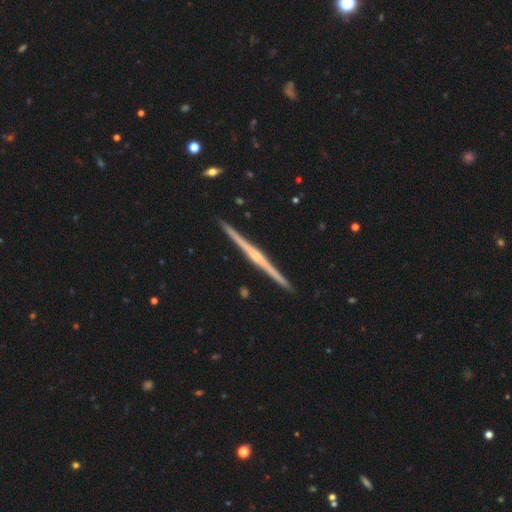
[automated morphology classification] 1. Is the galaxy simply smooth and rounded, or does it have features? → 86% featured or disk, 10% smooth, 4% star or artifact.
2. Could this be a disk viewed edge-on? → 99% yes, 1% no.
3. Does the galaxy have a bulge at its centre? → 66% rounded, 21% none, 13% boxy.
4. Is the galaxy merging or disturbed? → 93% none, 4% minor disturbance, 1% merger, 1% major disturbance.